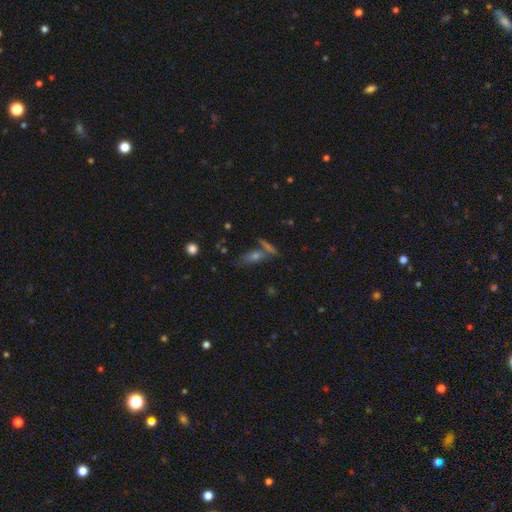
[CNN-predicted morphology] Q: Smooth or featured?
A: smooth (44%); runner-up: featured or disk (35%)
Q: Merging?
A: none (57%); runner-up: merger (25%)